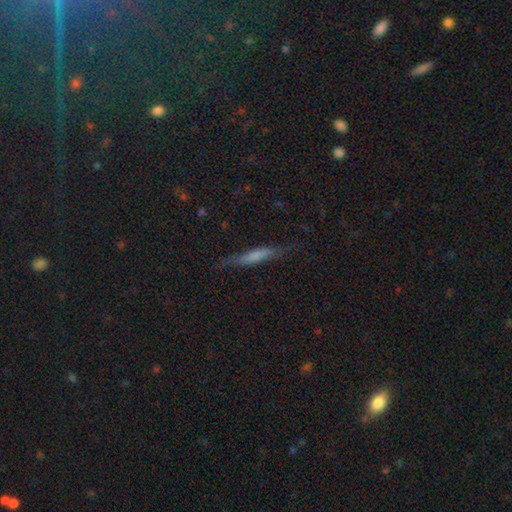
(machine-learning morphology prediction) type=smooth (55%); roundness=cigar-shaped (89%); merging=none (70%).